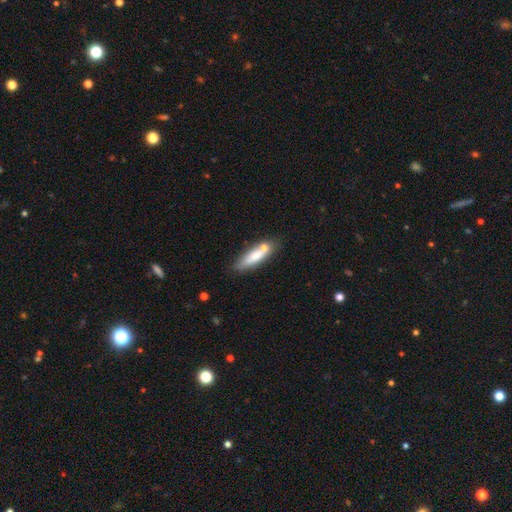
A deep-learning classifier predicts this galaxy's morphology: smooth_or_featured: smooth (p=0.70) [alt: featured or disk p=0.23]
how_rounded: cigar-shaped (p=0.60) [alt: in between p=0.37]
merging: none (p=0.60) [alt: merger p=0.19]